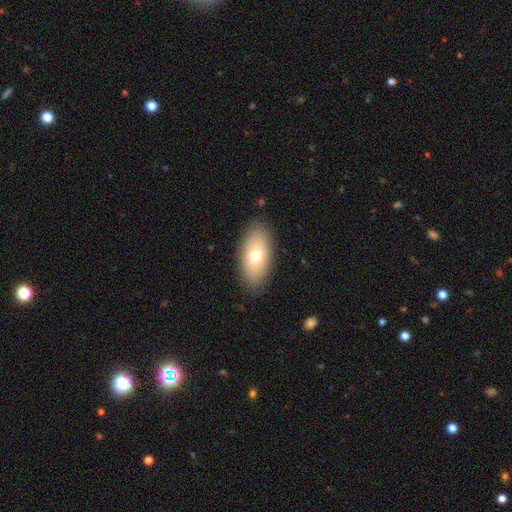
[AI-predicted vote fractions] Q: Smooth or featured?
A: smooth (69%); runner-up: featured or disk (23%)
Q: How rounded?
A: in between (92%); runner-up: round (5%)
Q: Merging?
A: none (86%); runner-up: minor disturbance (10%)